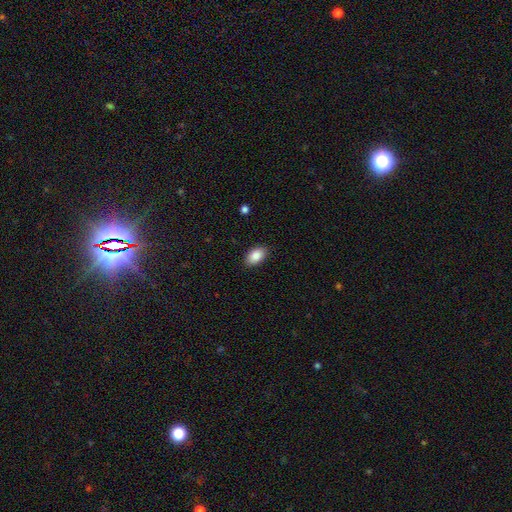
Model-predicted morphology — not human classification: A smooth galaxy with no disk features (86%) that is in between round and cigar-shaped (93%). Merging: none (88%).